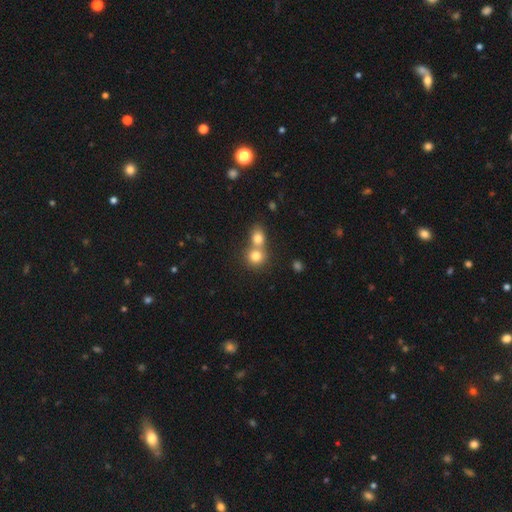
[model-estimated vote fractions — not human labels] smooth-or-featured: smooth: 78% | star or artifact: 12% | featured or disk: 10%
  how-rounded: round: 81% | in between: 18% | cigar-shaped: 1%
  merging: merger: 57% | none: 35% | minor disturbance: 5% | major disturbance: 2%